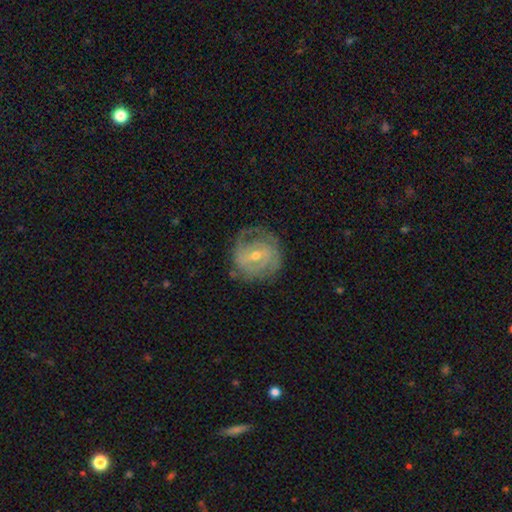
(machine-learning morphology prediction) featured or disk 82%, smooth 12%, star or artifact 6%. Down the decision tree: edge-on disk — no (97%); bar — weak (51%); spiral arms — yes (91%); spiral arm count — 2 (43%); spiral winding — tight (61%); bulge size — moderate (52%); merging — none (71%).